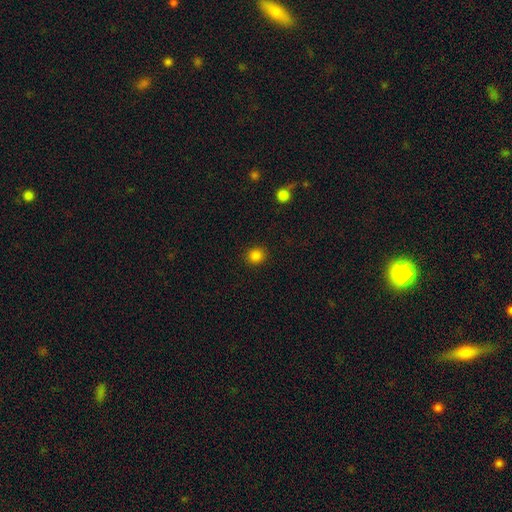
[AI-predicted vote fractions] A smooth galaxy with no disk features (84%) that is round (85%).

Vote fractions:
- Smooth or featured? smooth: 84% / star or artifact: 13% / featured or disk: 4%
- How rounded? round: 85% / in between: 14% / cigar-shaped: 1%
- Merging? none: 91% / minor disturbance: 6% / major disturbance: 2% / merger: 1%